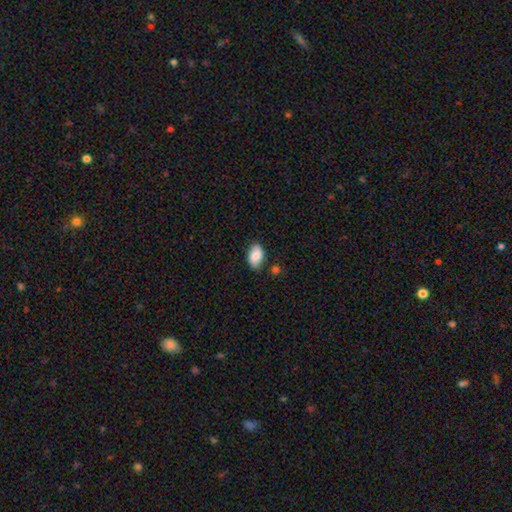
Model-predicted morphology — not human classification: Smooth or featured: smooth — 78% (featured or disk — 15%)
How rounded: in between — 91% (round — 7%)
Merging: none — 76% (minor disturbance — 17%)